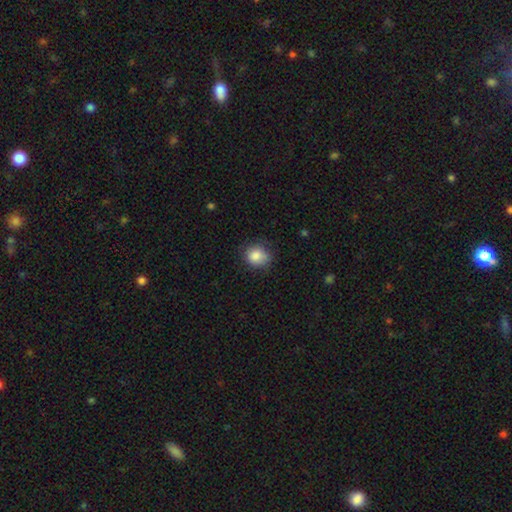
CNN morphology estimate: Smooth or featured?
  - smooth: 84% *
  - star or artifact: 9%
  - featured or disk: 7%
How rounded?
  - round: 73% *
  - in between: 26%
  - cigar-shaped: 1%
Merging?
  - none: 71% *
  - minor disturbance: 22%
  - major disturbance: 5%
  - merger: 1%